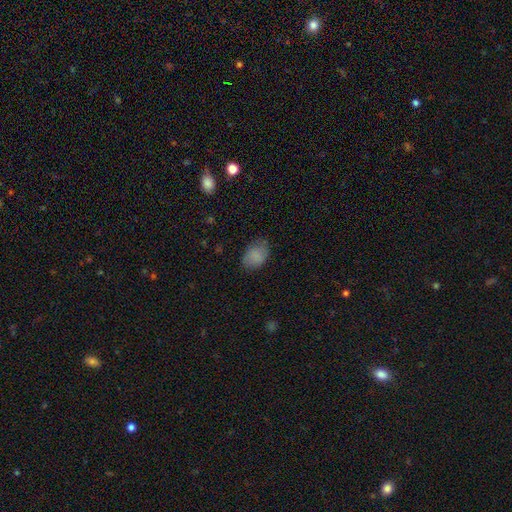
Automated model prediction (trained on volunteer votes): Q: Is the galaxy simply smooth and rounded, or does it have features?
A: smooth — 84%.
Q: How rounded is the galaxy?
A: in between — 80%.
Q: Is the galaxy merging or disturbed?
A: none — 68%.